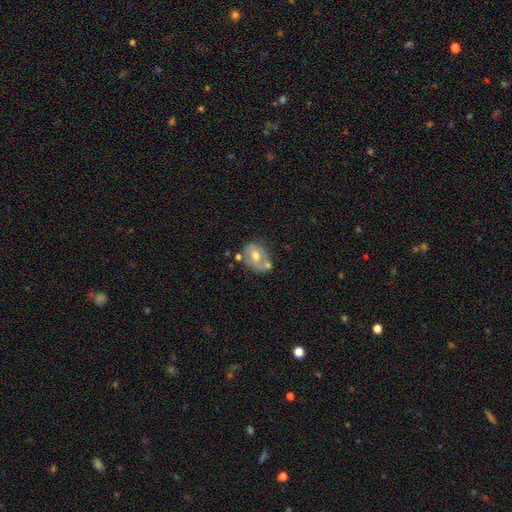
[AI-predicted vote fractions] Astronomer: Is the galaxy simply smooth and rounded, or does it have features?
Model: featured or disk — 54% (runner-up: smooth, 38%).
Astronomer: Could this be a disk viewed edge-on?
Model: no — 95%.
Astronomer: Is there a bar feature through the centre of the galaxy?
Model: no — 48% (runner-up: weak, 38%).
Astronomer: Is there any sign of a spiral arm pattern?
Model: no — 52% (runner-up: yes, 48%).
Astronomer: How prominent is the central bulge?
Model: moderate — 74%.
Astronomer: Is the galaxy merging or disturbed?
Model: none — 53%.